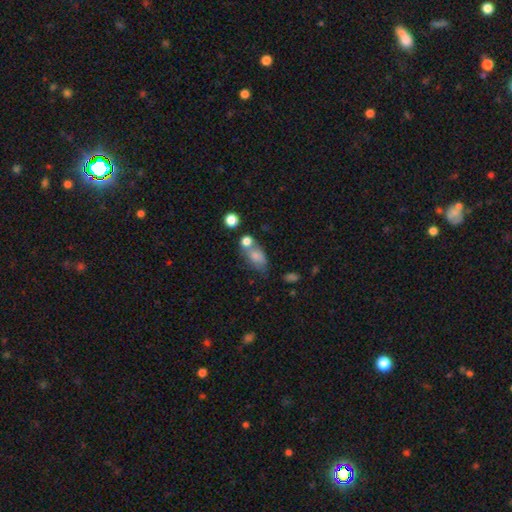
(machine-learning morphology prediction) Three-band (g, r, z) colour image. It shows a smooth galaxy with no disk features (76%) that is in between round and cigar-shaped (81%). Merging: none (38%).